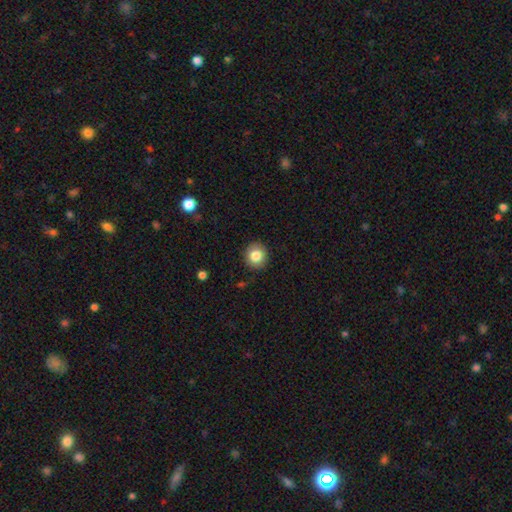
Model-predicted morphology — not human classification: Overall: smooth (83%). How rounded: round (84%). Merging: none (89%).